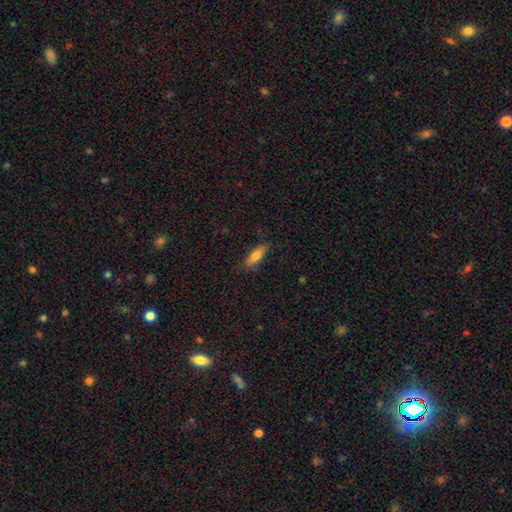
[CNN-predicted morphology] smooth_or_featured: smooth (p=0.74) [alt: featured or disk p=0.20]
how_rounded: in between (p=0.51) [alt: cigar-shaped p=0.47]
merging: none (p=0.82) [alt: minor disturbance p=0.14]